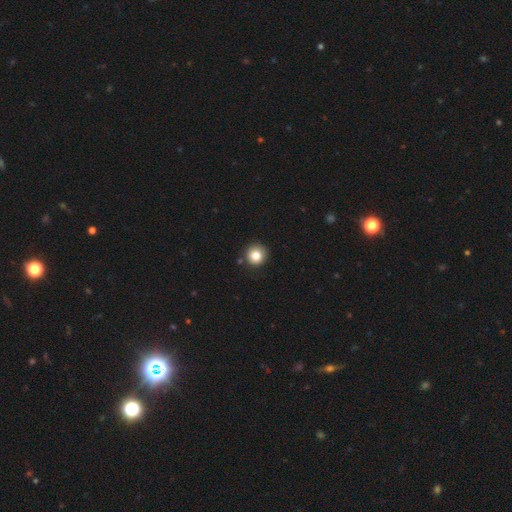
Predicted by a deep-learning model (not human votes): This appears to be a smooth galaxy with no disk features (81%) that is round (94%). Merging: none (88%).